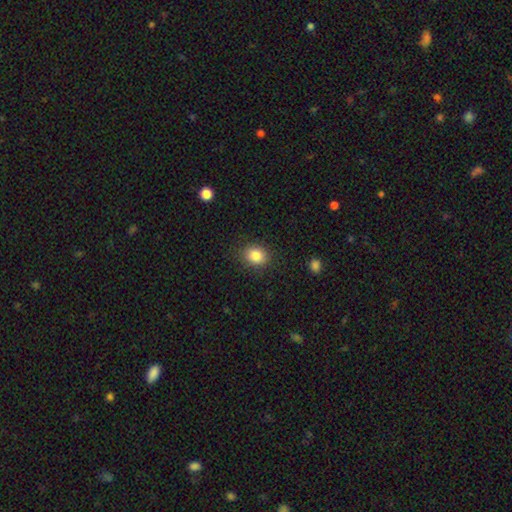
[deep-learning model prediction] Smooth or featured: smooth — 85% (star or artifact — 10%)
How rounded: round — 58% (in between — 41%)
Merging: none — 86% (minor disturbance — 10%)